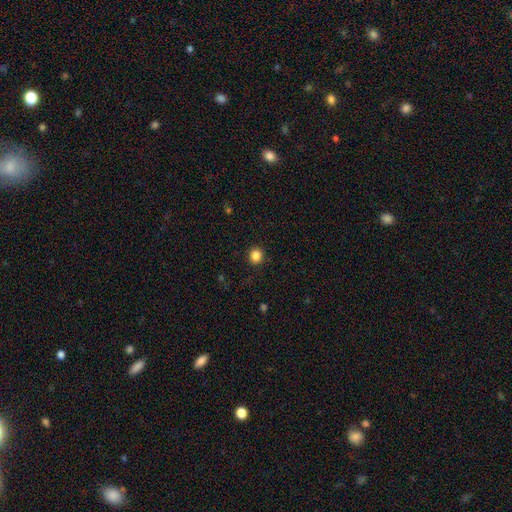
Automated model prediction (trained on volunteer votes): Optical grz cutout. It shows a smooth galaxy with no disk features (85%) that is round (88%). Merging: none (91%).